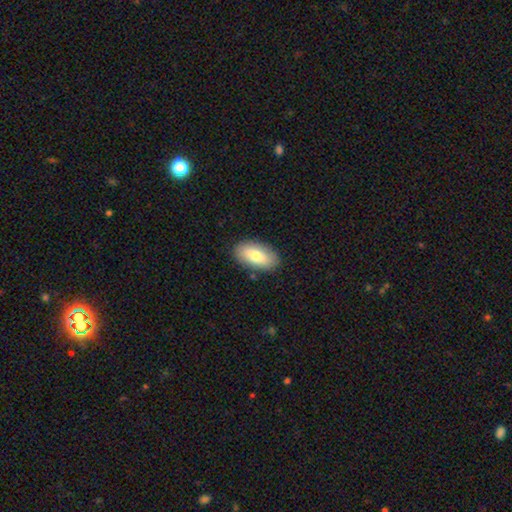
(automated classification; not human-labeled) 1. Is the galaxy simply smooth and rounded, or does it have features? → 79% smooth, 15% featured or disk, 6% star or artifact.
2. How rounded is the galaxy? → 94% in between, 3% round, 3% cigar-shaped.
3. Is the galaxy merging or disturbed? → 87% none, 10% minor disturbance, 2% major disturbance, 1% merger.